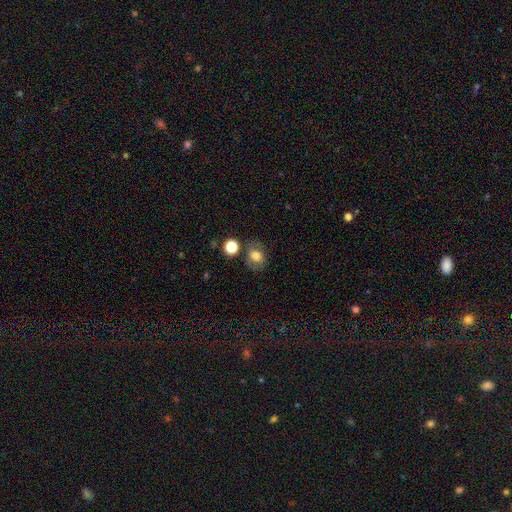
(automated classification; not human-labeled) A smooth galaxy with no disk features (71%) that is in between round and cigar-shaped (50%).

Vote fractions:
- Smooth or featured? smooth: 71% / featured or disk: 18% / star or artifact: 11%
- How rounded? in between: 50% / round: 49% / cigar-shaped: 1%
- Merging? none: 70% / minor disturbance: 16% / merger: 8% / major disturbance: 6%